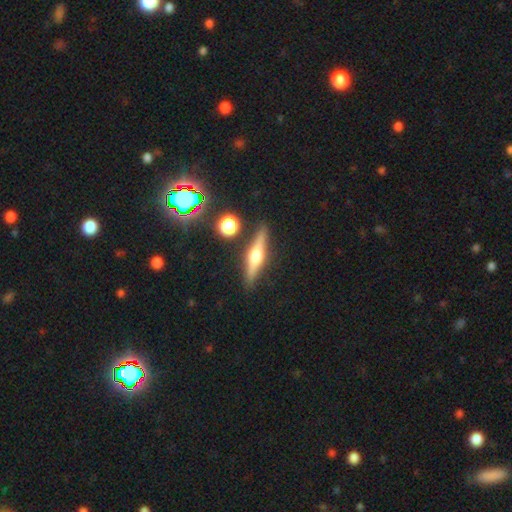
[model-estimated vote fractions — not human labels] Smooth or featured? featured or disk (69%)
Edge-on disk? yes (96%)
Edge-on bulge? rounded (93%)
Merging? none (86%)